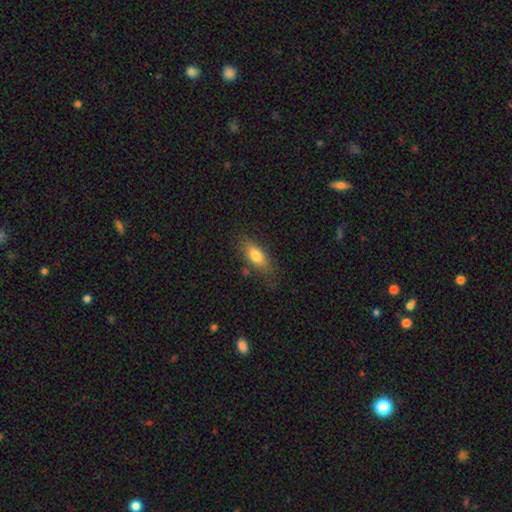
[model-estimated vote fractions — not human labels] smooth 75%, featured or disk 17%, star or artifact 8%. Down the decision tree: how rounded — in between (75%); merging — none (70%).